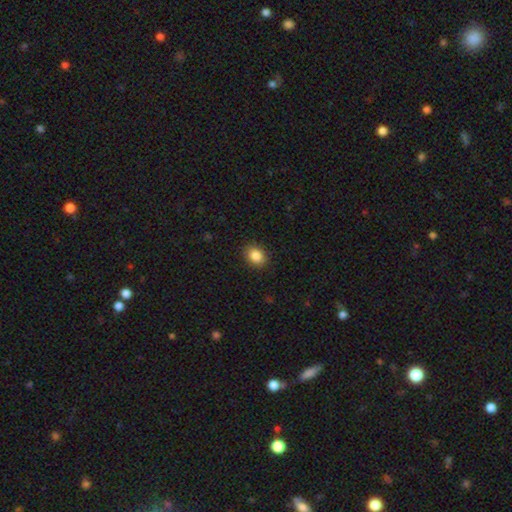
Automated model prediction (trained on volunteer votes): smooth 86%, star or artifact 9%, featured or disk 5%. Down the decision tree: how rounded — in between (56%); merging — none (89%).